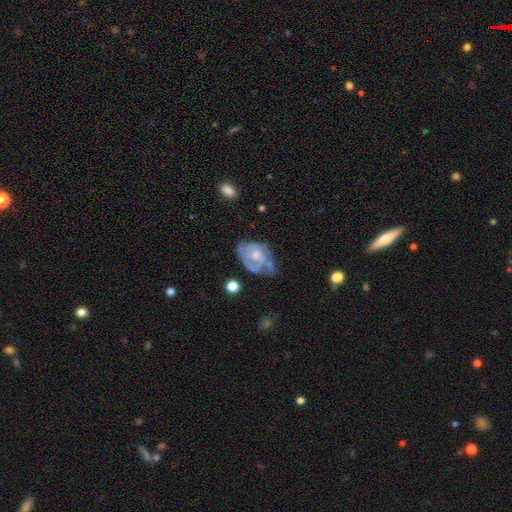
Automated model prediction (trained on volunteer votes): Smooth or featured? featured or disk (63%)
Edge-on disk? no (97%)
Bar? no (76%)
Spiral arms? yes (55%)
Bulge size? moderate (47%)
Merging? minor disturbance (33%)